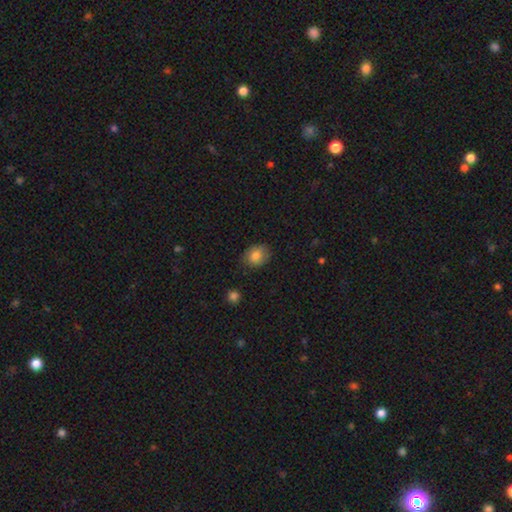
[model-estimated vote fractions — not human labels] smooth_or_featured: smooth (p=0.81) [alt: featured or disk p=0.10]
how_rounded: in between (p=0.55) [alt: round p=0.44]
merging: none (p=0.80) [alt: minor disturbance p=0.16]